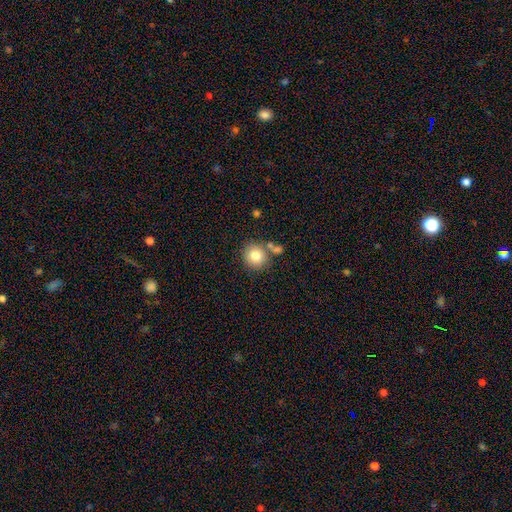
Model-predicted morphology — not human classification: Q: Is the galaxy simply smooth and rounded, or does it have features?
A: smooth — 79%.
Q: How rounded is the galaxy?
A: round — 85%.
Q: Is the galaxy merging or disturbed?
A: none — 70%.